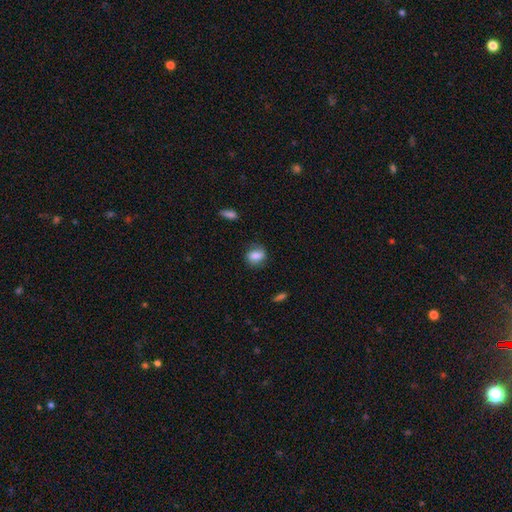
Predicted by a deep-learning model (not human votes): This appears to be a smooth galaxy with no disk features (77%) that is in between round and cigar-shaped (55%). Merging: none (73%).